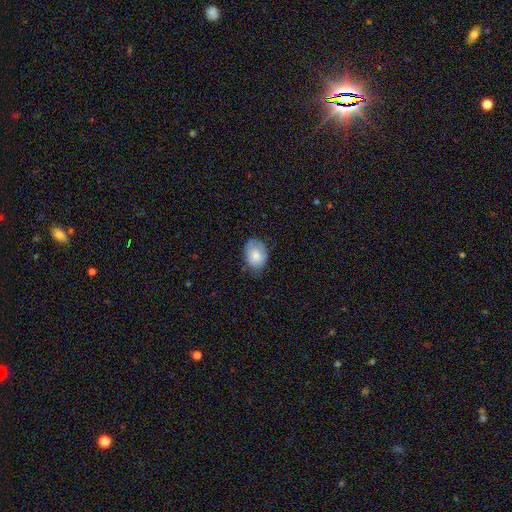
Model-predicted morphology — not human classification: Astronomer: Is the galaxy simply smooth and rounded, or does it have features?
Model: smooth — 76%.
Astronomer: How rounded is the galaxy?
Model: in between — 72%.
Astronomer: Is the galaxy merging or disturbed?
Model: none — 64%.